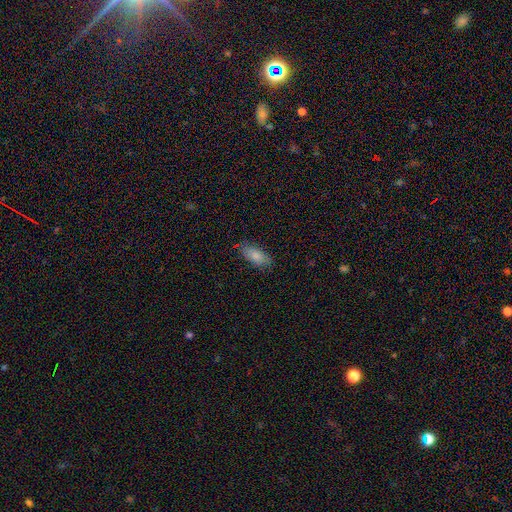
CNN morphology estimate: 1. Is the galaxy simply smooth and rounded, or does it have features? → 83% smooth, 10% featured or disk, 7% star or artifact.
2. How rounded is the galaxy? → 86% in between, 12% cigar-shaped, 2% round.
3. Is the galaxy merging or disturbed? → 82% none, 14% minor disturbance, 3% major disturbance, 1% merger.